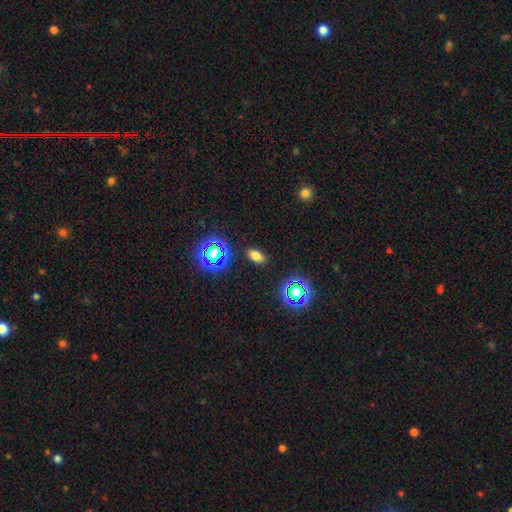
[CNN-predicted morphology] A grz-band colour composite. It shows a smooth galaxy with no disk features (69%) that is in between round and cigar-shaped (84%). Merging: none (88%).